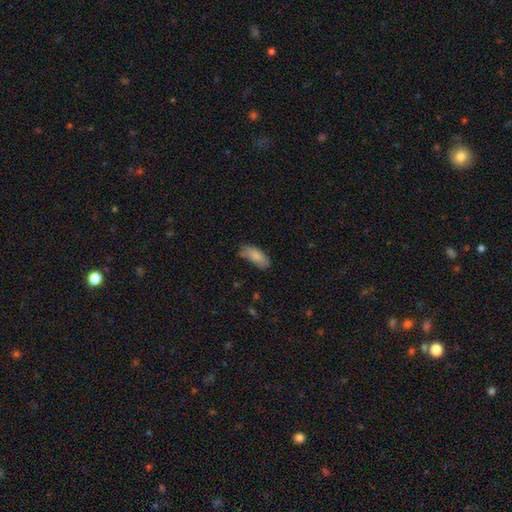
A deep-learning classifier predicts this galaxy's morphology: This appears to be a smooth galaxy with no disk features (84%) that is in between round and cigar-shaped (85%). Merging: none (64%).